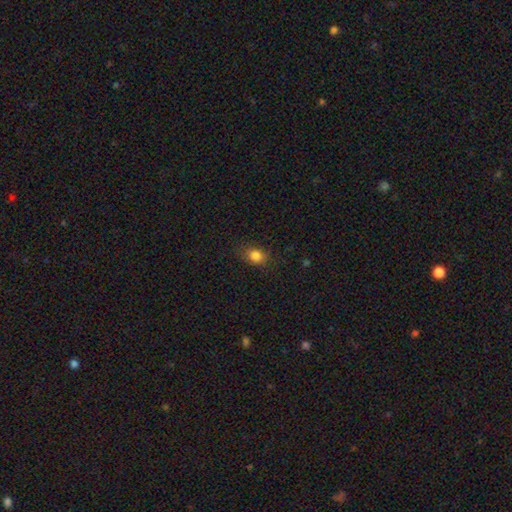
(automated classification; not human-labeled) smooth_or_featured: smooth (p=0.83) [alt: star or artifact p=0.12]
how_rounded: round (p=0.52) [alt: in between p=0.47]
merging: none (p=0.80) [alt: minor disturbance p=0.15]